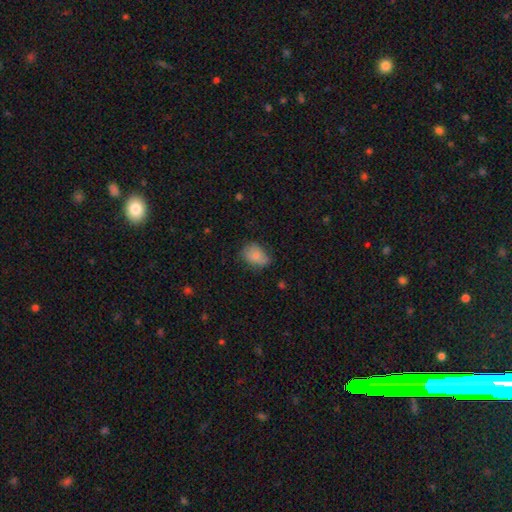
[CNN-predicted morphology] smooth-or-featured: smooth: 78% | featured or disk: 13% | star or artifact: 8%
  how-rounded: in between: 77% | round: 22% | cigar-shaped: 1%
  merging: none: 56% | minor disturbance: 33% | major disturbance: 9% | merger: 2%